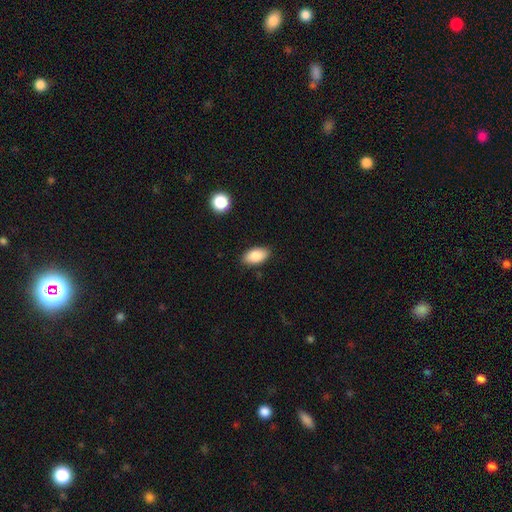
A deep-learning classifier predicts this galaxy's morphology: type=smooth (85%); roundness=in between (93%); merging=none (87%).